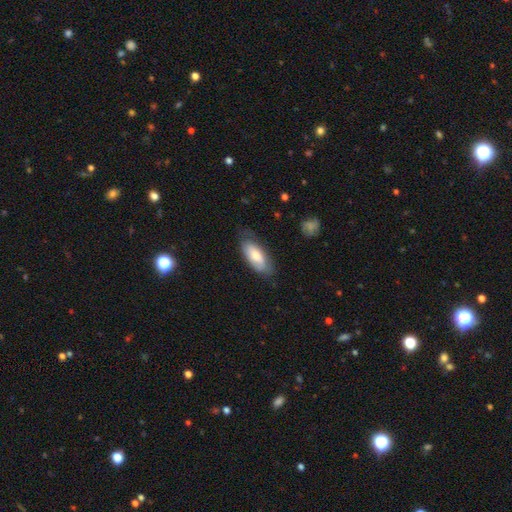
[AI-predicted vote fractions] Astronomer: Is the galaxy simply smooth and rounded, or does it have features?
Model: smooth — 73%.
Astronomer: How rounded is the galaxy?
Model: in between — 83%.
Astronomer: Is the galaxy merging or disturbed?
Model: none — 67%.